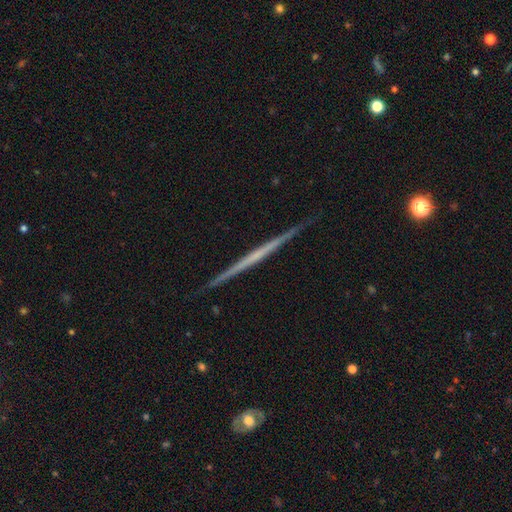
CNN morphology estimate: The model was most divided on "smooth or featured": featured or disk: 70%, smooth: 25%, star or artifact: 6%. More confident: edge-on disk — yes (98%); merging — none (91%); edge-on bulge — none (87%).